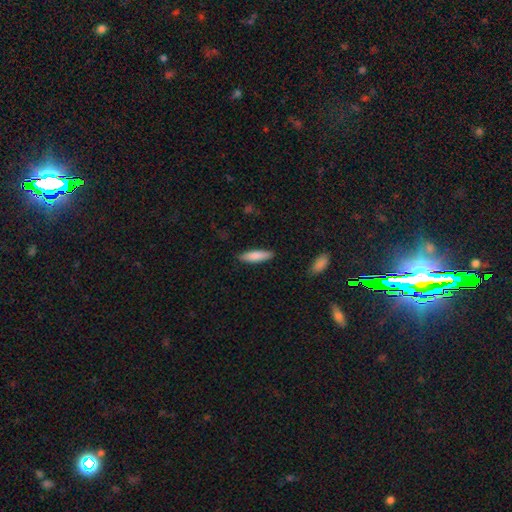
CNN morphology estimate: This is clearly a smooth galaxy (84%). How rounded: likely cigar-shaped (68%). Merging: clearly none (87%).